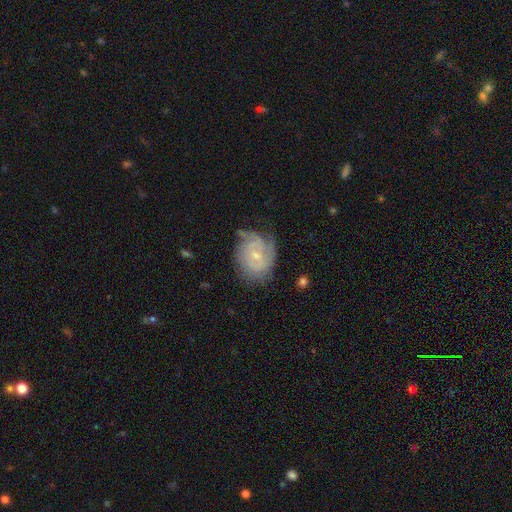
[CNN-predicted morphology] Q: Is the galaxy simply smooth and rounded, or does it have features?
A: featured or disk — 75%.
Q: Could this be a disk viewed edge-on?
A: no — 97%.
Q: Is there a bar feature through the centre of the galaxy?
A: no — 55%.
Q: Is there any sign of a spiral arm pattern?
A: yes — 91%.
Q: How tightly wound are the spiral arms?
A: tight — 60%.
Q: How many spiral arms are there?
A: can't tell — 35%.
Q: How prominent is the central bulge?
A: small — 65%.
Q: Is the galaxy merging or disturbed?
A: none — 58%.